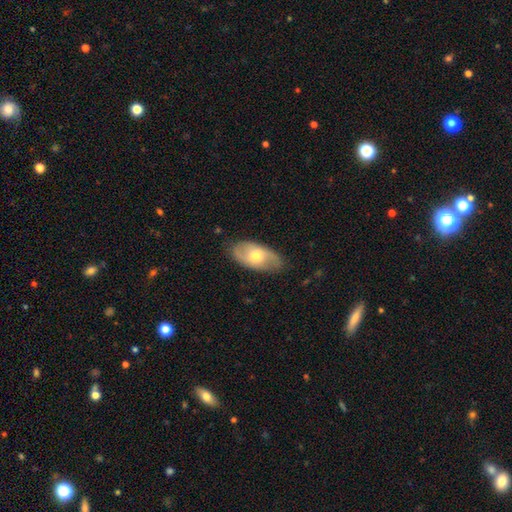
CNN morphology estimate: A featured or disk galaxy (52%). Merging: none (82%).